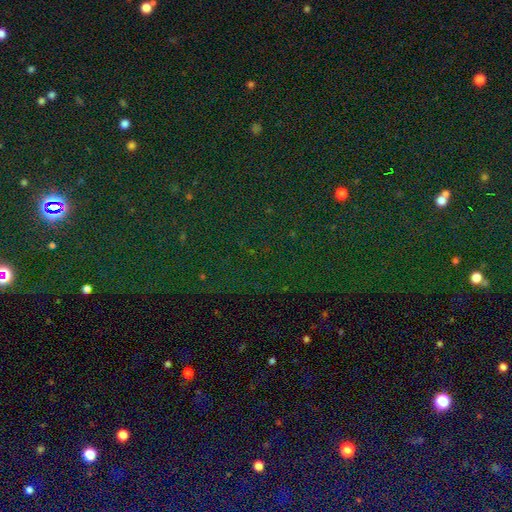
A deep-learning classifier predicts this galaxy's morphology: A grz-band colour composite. It shows a star or artifact, not a galaxy (81%).